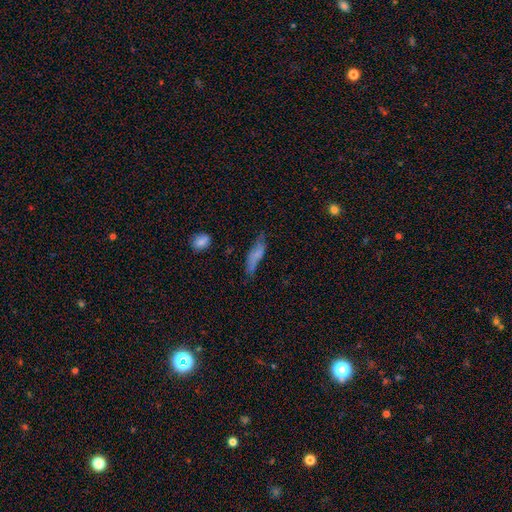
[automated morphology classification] Smooth or featured? Predicted: smooth (p=0.65). How rounded? Predicted: cigar-shaped (p=0.60). Merging? Predicted: none (p=0.50).